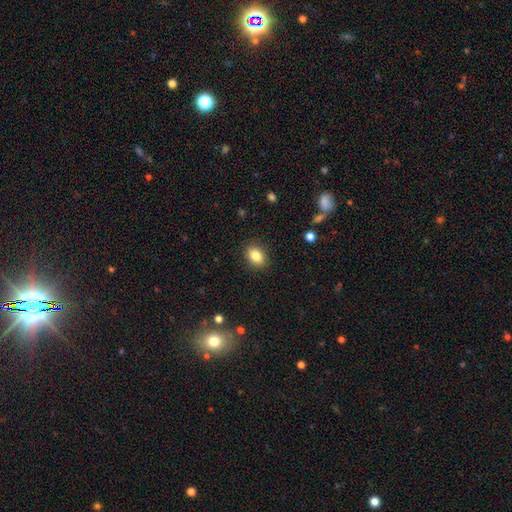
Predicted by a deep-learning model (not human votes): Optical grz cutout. It shows a smooth galaxy with no disk features (84%) that is in between round and cigar-shaped (73%). Merging: none (88%).